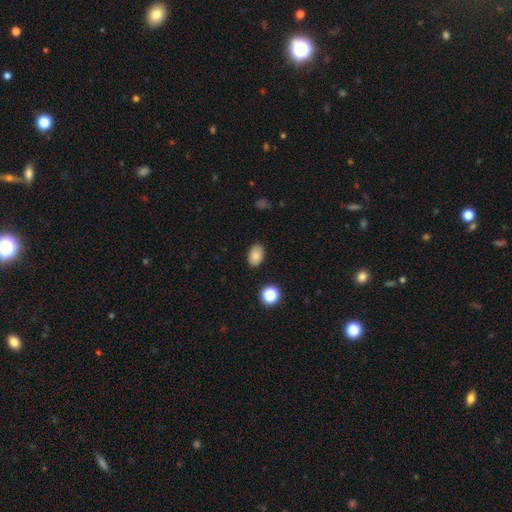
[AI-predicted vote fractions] smooth_or_featured: smooth (p=0.86) [alt: star or artifact p=0.10]
how_rounded: in between (p=0.84) [alt: round p=0.15]
merging: none (p=0.87) [alt: minor disturbance p=0.09]